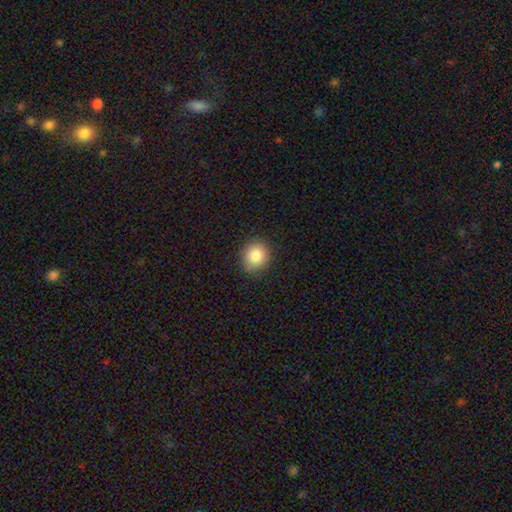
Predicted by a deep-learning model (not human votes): Smooth or featured: smooth — 84% (star or artifact — 10%)
How rounded: round — 85% (in between — 14%)
Merging: none — 88% (minor disturbance — 9%)